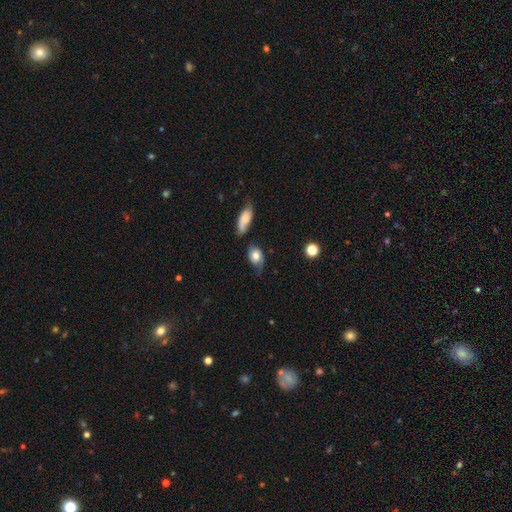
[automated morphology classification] smooth 61%, featured or disk 31%, star or artifact 8%. Down the decision tree: how rounded — in between (73%); merging — none (46%).